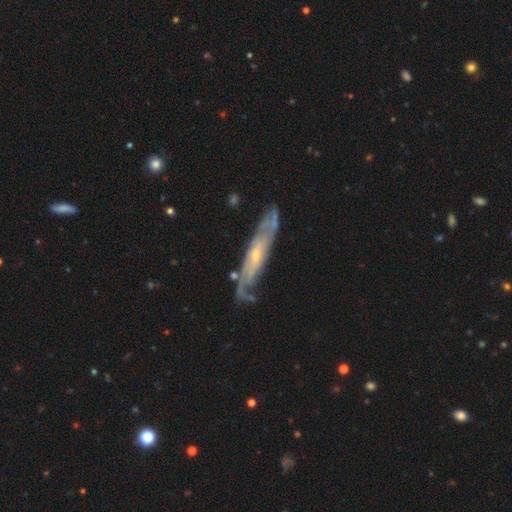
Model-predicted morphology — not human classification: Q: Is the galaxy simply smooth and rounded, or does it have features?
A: featured or disk — 80%.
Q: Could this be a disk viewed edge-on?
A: no — 60%.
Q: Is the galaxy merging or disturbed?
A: none — 74%.